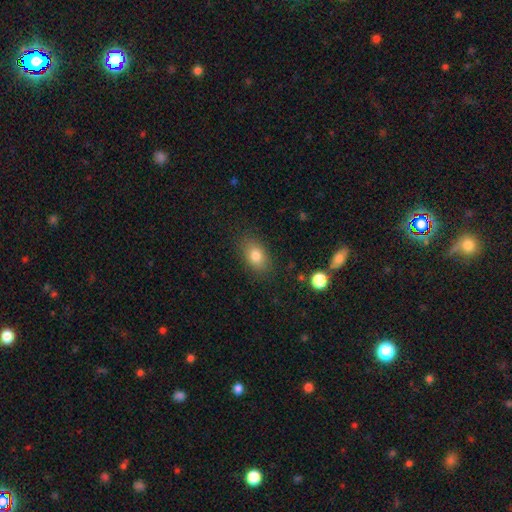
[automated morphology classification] smooth_or_featured: smooth (p=0.82) [alt: star or artifact p=0.09]
how_rounded: in between (p=0.84) [alt: round p=0.14]
merging: none (p=0.84) [alt: minor disturbance p=0.11]